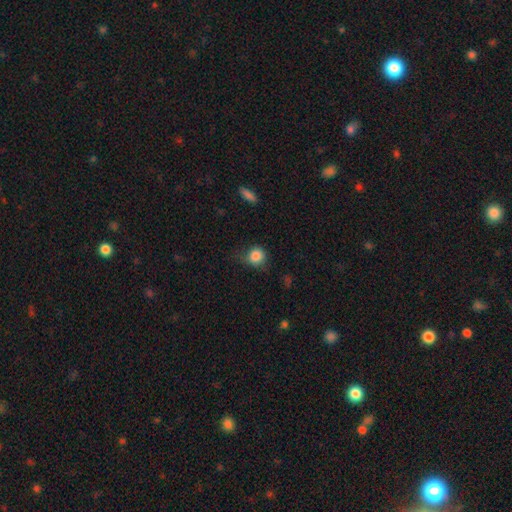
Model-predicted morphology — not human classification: Q: Smooth or featured?
A: smooth (84%); runner-up: star or artifact (10%)
Q: How rounded?
A: round (83%); runner-up: in between (16%)
Q: Merging?
A: none (56%); runner-up: minor disturbance (29%)